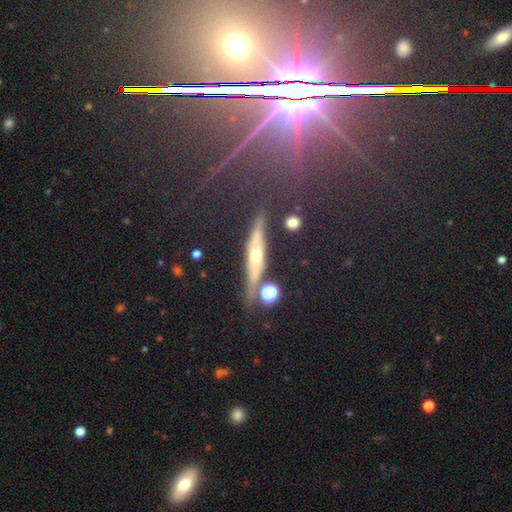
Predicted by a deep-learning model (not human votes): A featured or disk galaxy (57%) viewed edge-on (89%) with a rounded central bulge (88%).

Vote fractions:
- Smooth or featured? featured or disk: 57% / smooth: 22% / star or artifact: 21%
- Edge-on disk? yes: 89% / no: 11%
- Edge-on bulge? rounded: 88% / none: 8% / boxy: 4%
- Merging? none: 79% / minor disturbance: 12% / merger: 5% / major disturbance: 4%